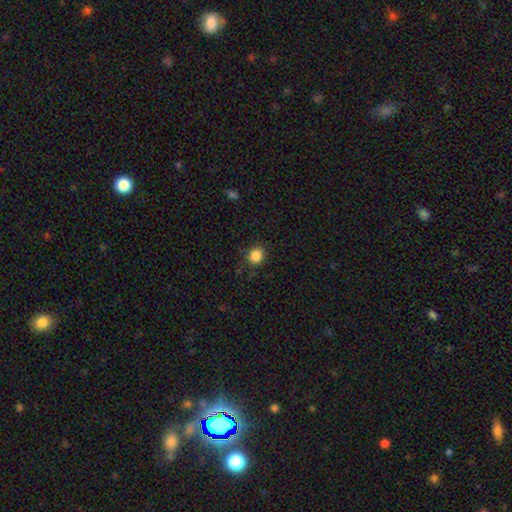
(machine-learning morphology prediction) smooth 86%, star or artifact 11%, featured or disk 3%. Down the decision tree: how rounded — round (81%); merging — none (86%).